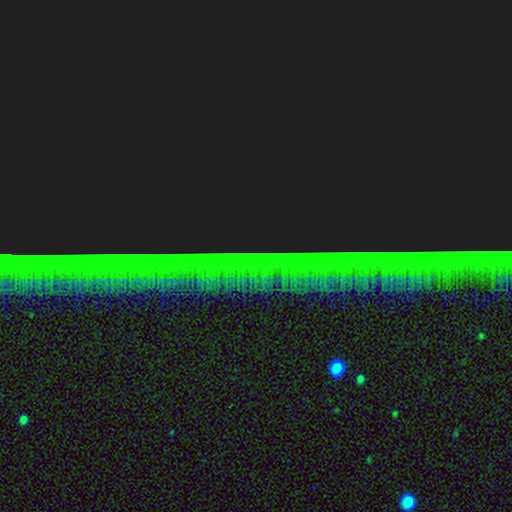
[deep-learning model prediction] Overall: star or artifact (86%).